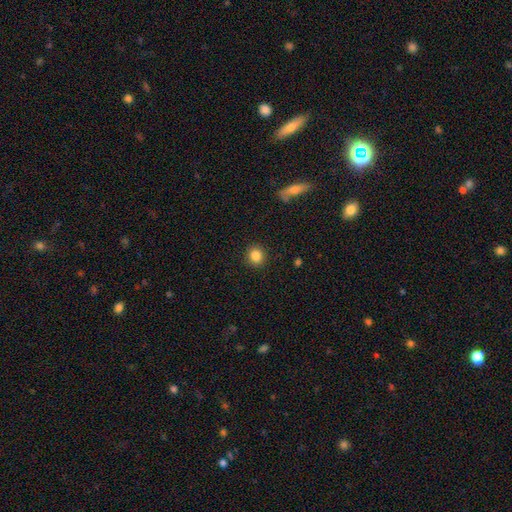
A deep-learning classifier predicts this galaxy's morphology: Overall: smooth (85%). How rounded: round (84%). Merging: none (91%).